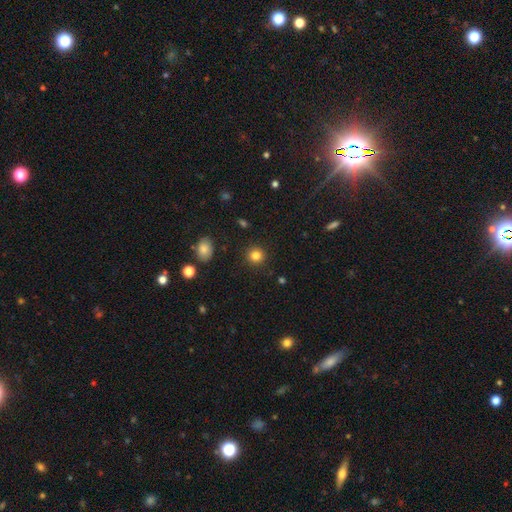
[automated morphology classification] This is clearly a smooth galaxy (83%). How rounded: clearly round (91%). Merging: clearly none (91%).